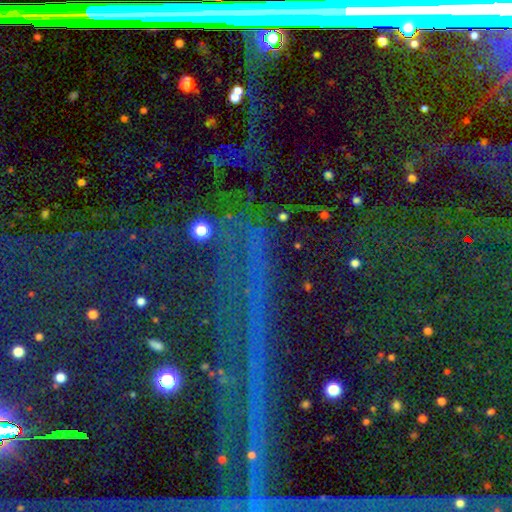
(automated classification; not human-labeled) This appears to be a star or artifact, not a galaxy (79%).